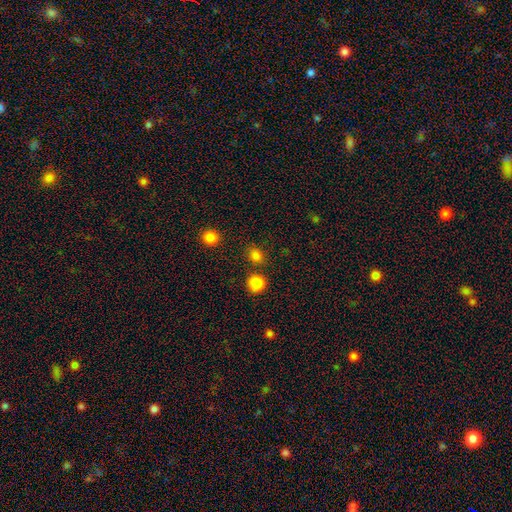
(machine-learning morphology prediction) This is clearly a smooth galaxy (83%). How rounded: likely round (72%). Merging: likely none (80%).